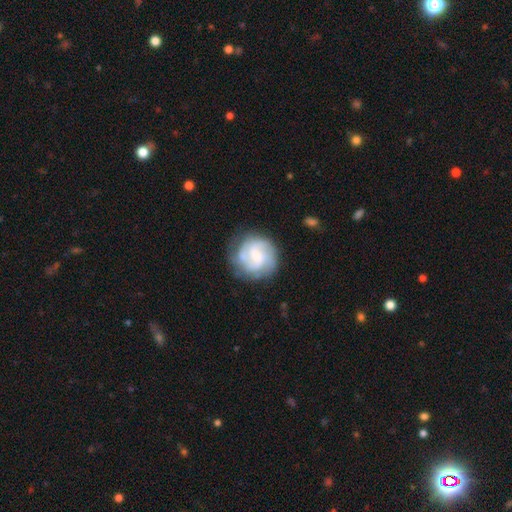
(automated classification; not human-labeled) Morphology: type=featured or disk (71%); edge-on=no (98%); bar=weak (49%); spiral arms=yes (90%); winding=medium (43%); arm count=2 (35%); bulge=small (39%); merging=none (69%).